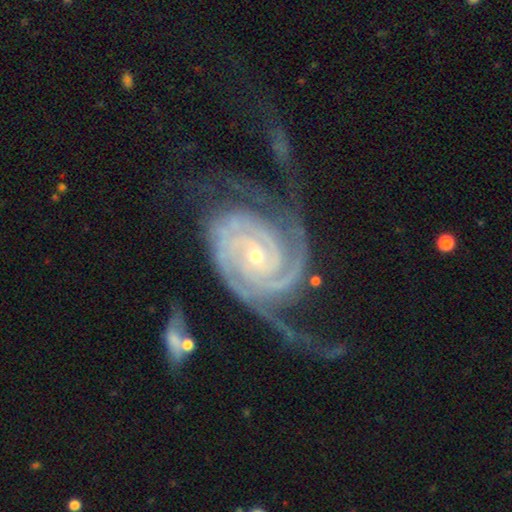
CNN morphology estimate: This is clearly a featured or disk galaxy (93%). It is clearly not viewed edge-on (98%). Bar: likely no (64%). Spiral arm pattern: clearly yes (99%). Spiral arm count: marginally 2 (41%). Spiral winding: likely tight (74%). Central bulge: likely small (74%). Merging: possibly none (48%).